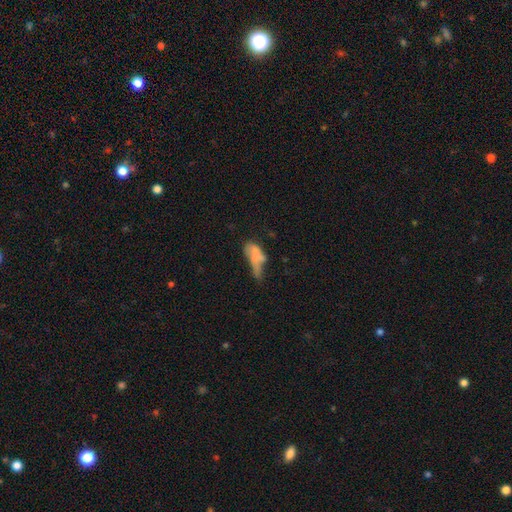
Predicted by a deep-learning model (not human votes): This appears to be a smooth galaxy with no disk features (63%) that is in between round and cigar-shaped (70%). Merging: major disturbance (33%).